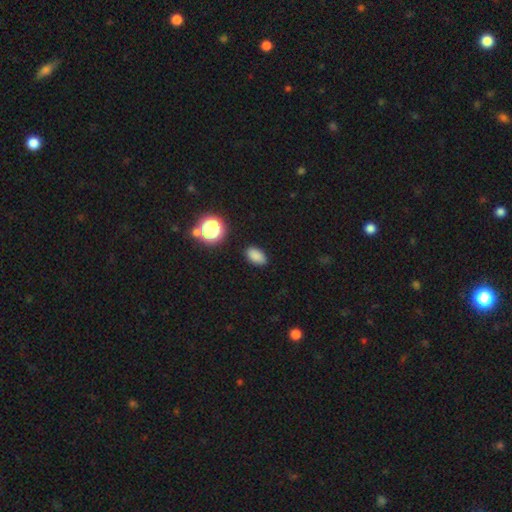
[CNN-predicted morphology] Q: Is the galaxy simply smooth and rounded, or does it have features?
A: smooth — 82%.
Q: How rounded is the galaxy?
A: in between — 88%.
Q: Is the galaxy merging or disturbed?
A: none — 86%.